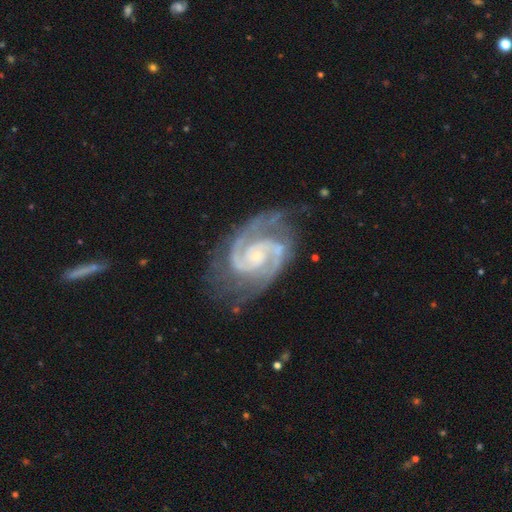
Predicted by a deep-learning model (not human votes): Smooth or featured? featured or disk (93%)
Edge-on disk? no (98%)
Bar? no (55%)
Spiral arms? yes (99%)
Spiral winding? medium (50%)
Spiral arm count? 2 (89%)
Bulge size? small (67%)
Merging? none (70%)